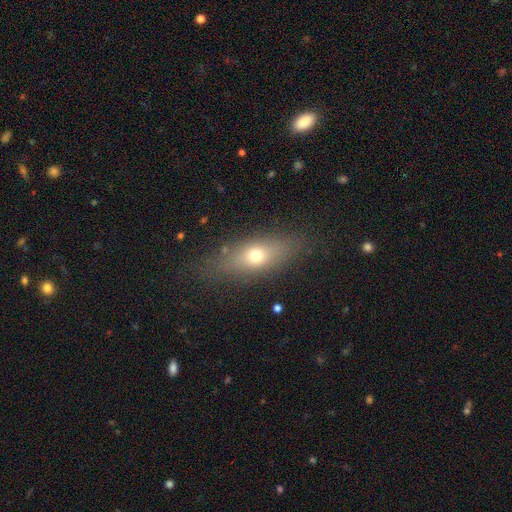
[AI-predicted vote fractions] smooth-or-featured: smooth: 66% | featured or disk: 23% | star or artifact: 11%
  how-rounded: in between: 63% | cigar-shaped: 27% | round: 10%
  merging: none: 80% | minor disturbance: 13% | major disturbance: 6% | merger: 2%